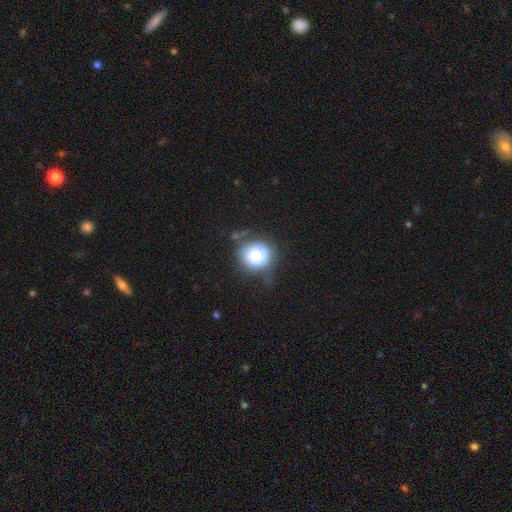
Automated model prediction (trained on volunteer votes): smooth 72%, featured or disk 19%, star or artifact 9%. Down the decision tree: how rounded — round (89%); merging — none (55%).